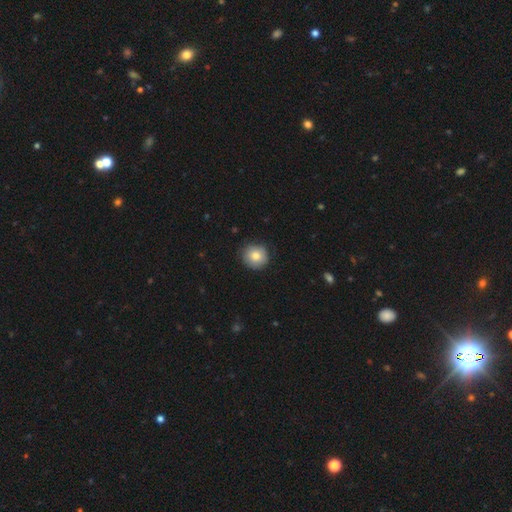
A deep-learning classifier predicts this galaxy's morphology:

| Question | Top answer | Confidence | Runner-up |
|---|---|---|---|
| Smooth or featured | smooth | 81% | featured or disk (11%) |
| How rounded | round | 92% | in between (7%) |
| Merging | none | 86% | minor disturbance (11%) |